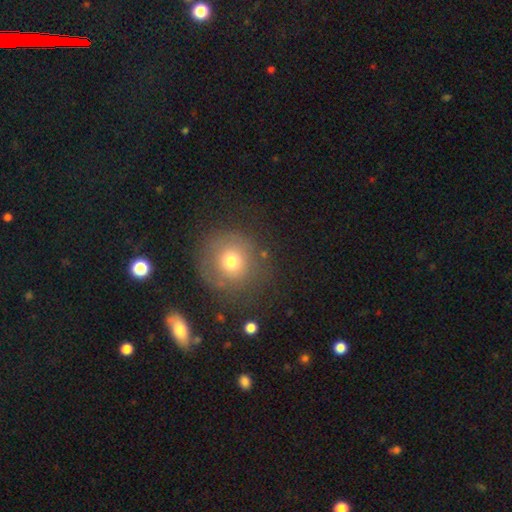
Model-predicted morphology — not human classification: Overall: smooth (47%; featured or disk 27%). Merging: none (81%).